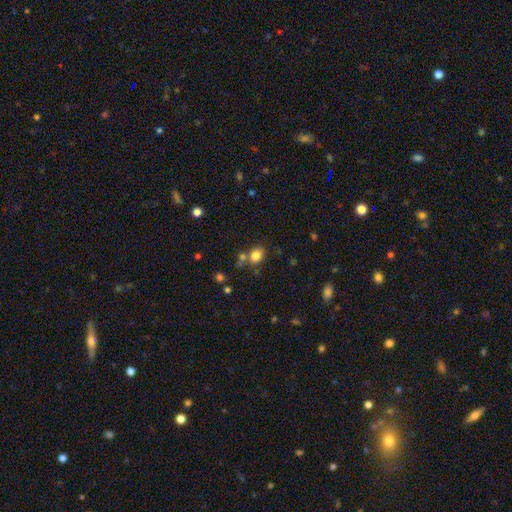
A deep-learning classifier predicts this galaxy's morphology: A smooth galaxy with no disk features (82%) that is in between round and cigar-shaped (50%).

Vote fractions:
- Smooth or featured? smooth: 82% / star or artifact: 12% / featured or disk: 7%
- How rounded? in between: 50% / round: 49% / cigar-shaped: 1%
- Merging? none: 62% / merger: 20% / minor disturbance: 13% / major disturbance: 5%